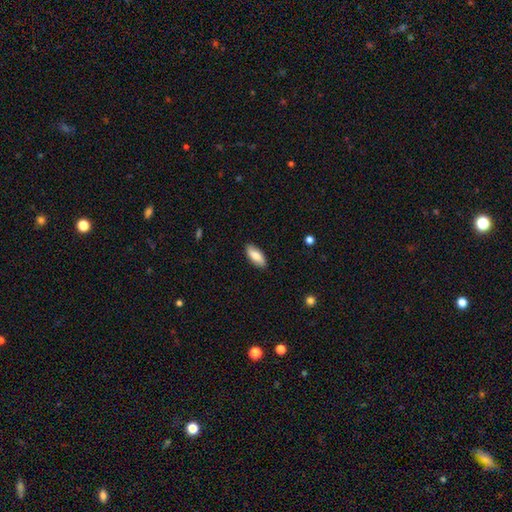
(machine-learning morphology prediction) Smooth or featured? Predicted: smooth (p=0.81). How rounded? Predicted: in between (p=0.83). Merging? Predicted: none (p=0.87).